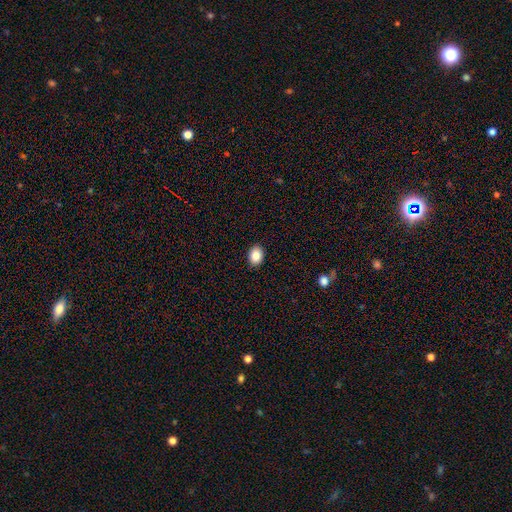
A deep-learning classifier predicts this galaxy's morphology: smooth-or-featured: smooth: 87% | star or artifact: 8% | featured or disk: 5%
  how-rounded: in between: 69% | round: 30% | cigar-shaped: 1%
  merging: none: 90% | minor disturbance: 7% | major disturbance: 2% | merger: 1%